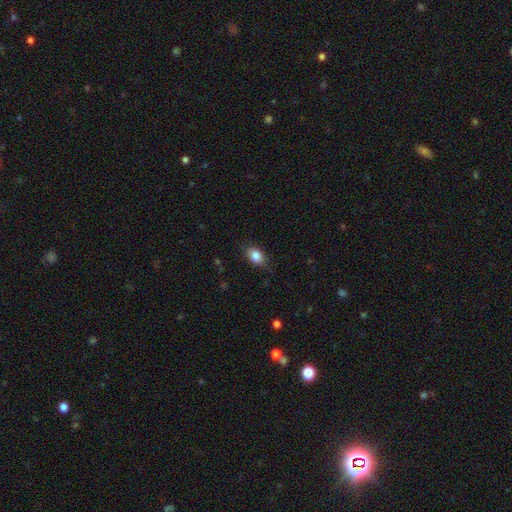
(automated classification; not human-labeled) This appears to be a smooth galaxy with no disk features (84%) that is in between round and cigar-shaped (85%). Merging: none (81%).